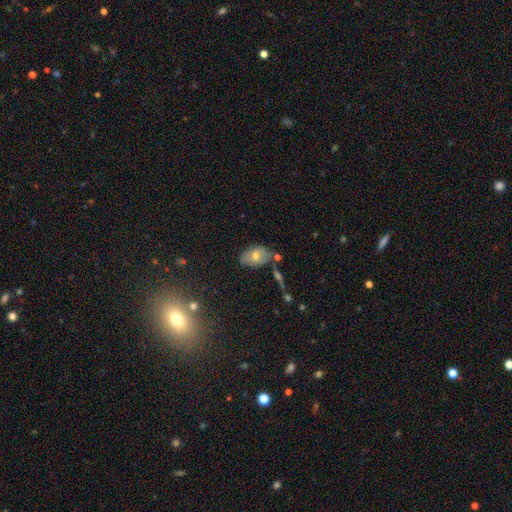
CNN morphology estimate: Overall: smooth (56%; featured or disk 32%). How rounded: in between (87%). Merging: none (63%).